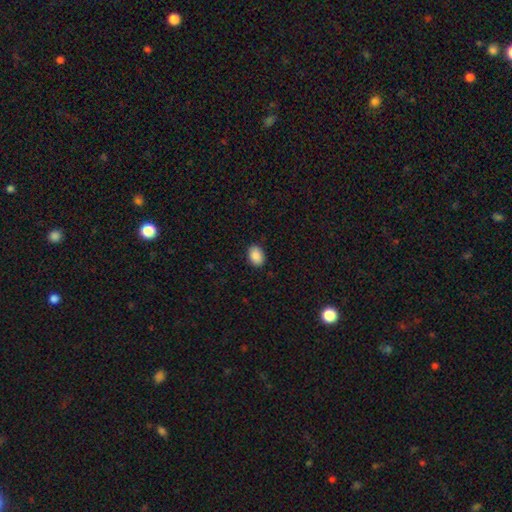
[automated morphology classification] smooth-or-featured: smooth: 90% | star or artifact: 7% | featured or disk: 3%
  how-rounded: in between: 81% | round: 18% | cigar-shaped: 1%
  merging: none: 88% | minor disturbance: 9% | major disturbance: 2% | merger: 1%